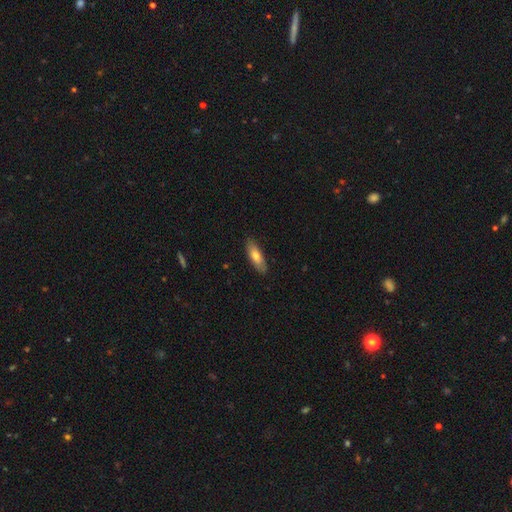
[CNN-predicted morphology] Q: Smooth or featured?
A: smooth (72%); runner-up: featured or disk (22%)
Q: How rounded?
A: in between (59%); runner-up: cigar-shaped (39%)
Q: Merging?
A: none (86%); runner-up: minor disturbance (11%)